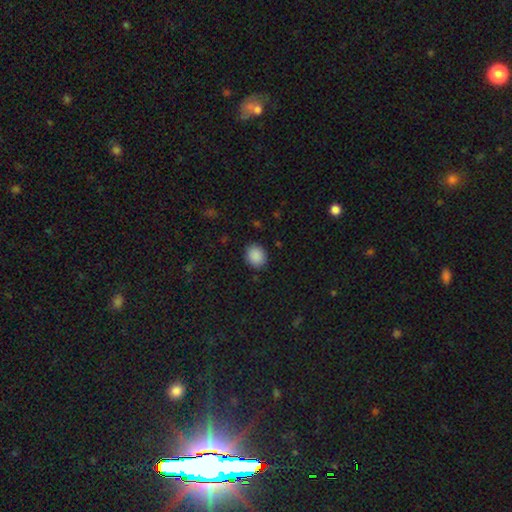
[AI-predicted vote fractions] A smooth galaxy with no disk features (89%) that is round (63%).

Vote fractions:
- Smooth or featured? smooth: 89% / star or artifact: 8% / featured or disk: 3%
- How rounded? round: 63% / in between: 36% / cigar-shaped: 1%
- Merging? none: 88% / minor disturbance: 9% / major disturbance: 2% / merger: 1%